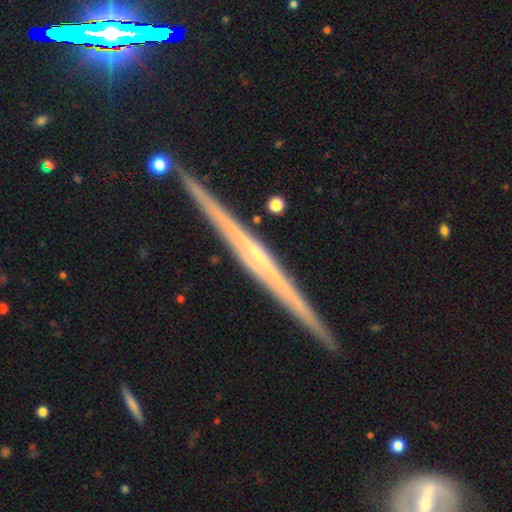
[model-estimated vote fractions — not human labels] The model was most divided on "edge-on bulge": none: 58%, rounded: 31%, boxy: 11%. More confident: edge-on disk — yes (98%); merging — none (90%); smooth or featured — featured or disk (82%).